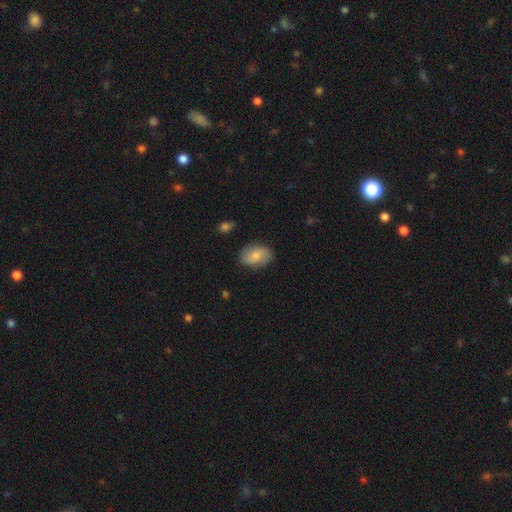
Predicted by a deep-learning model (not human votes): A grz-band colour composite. It shows a smooth galaxy with no disk features (73%) that is in between round and cigar-shaped (84%). Merging: none (80%).